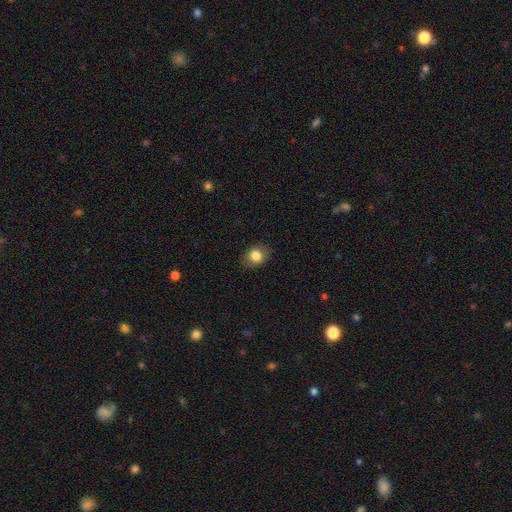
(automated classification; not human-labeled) A smooth galaxy with no disk features (81%) that is round (51%). Merging: none (84%).